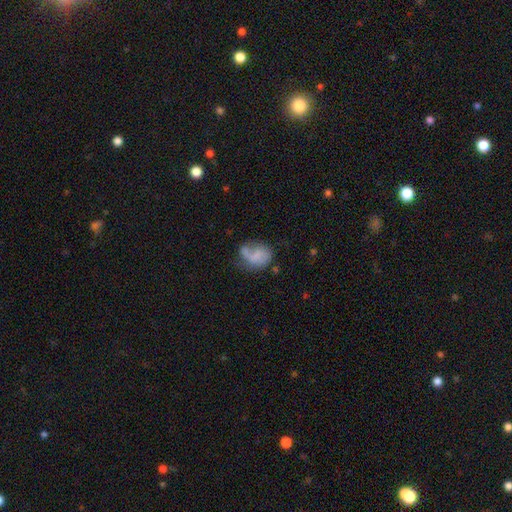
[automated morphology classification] This is possibly a smooth galaxy (50%). How rounded: possibly in between (56%). Merging: marginally none (38%).